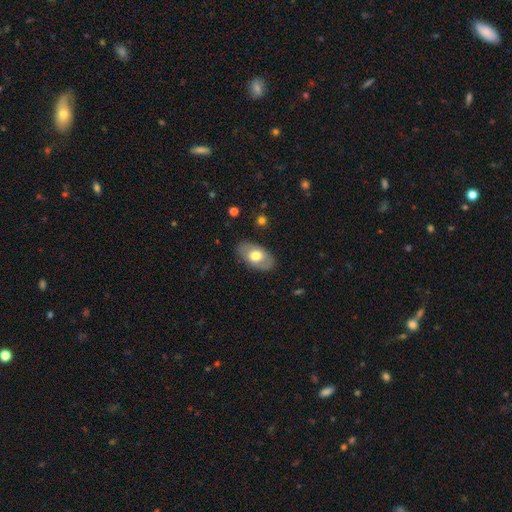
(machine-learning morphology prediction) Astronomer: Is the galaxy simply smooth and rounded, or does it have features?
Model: smooth — 62%.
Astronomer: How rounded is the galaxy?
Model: in between — 92%.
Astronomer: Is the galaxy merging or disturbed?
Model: none — 84%.